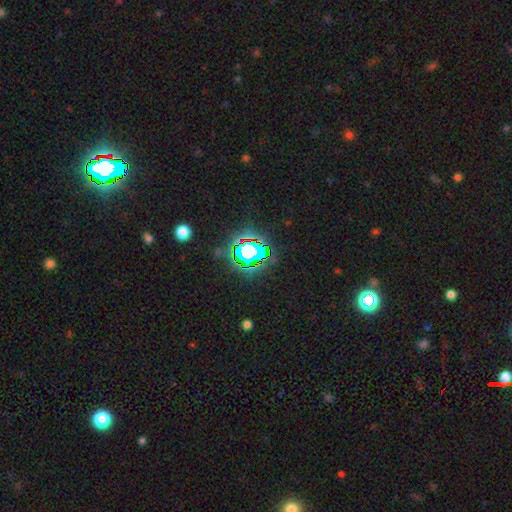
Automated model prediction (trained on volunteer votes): Overall: star or artifact (78%).